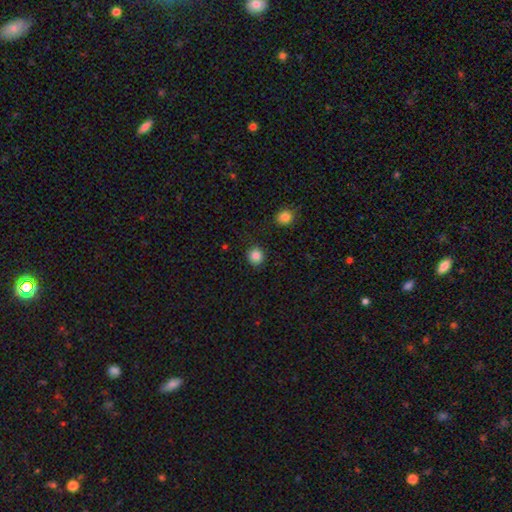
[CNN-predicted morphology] The model was most divided on "smooth or featured": smooth: 85%, star or artifact: 11%, featured or disk: 4%. More confident: how rounded — round (90%); merging — none (90%).